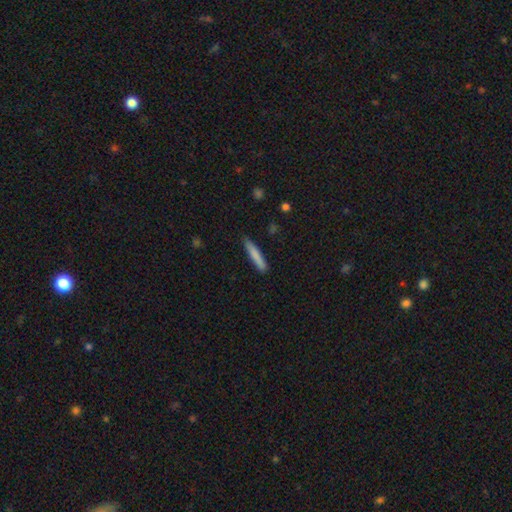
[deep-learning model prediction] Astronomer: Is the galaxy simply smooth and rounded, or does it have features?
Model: smooth — 81%.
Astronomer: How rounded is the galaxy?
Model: cigar-shaped — 92%.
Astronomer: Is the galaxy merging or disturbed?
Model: none — 86%.